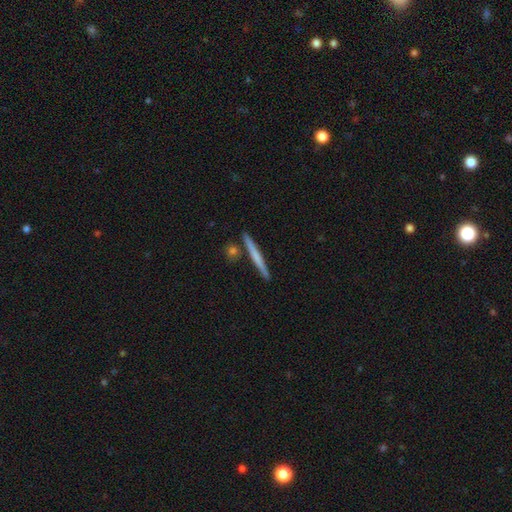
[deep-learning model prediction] Morphology: type=smooth (55%); roundness=cigar-shaped (96%); merging=none (87%).